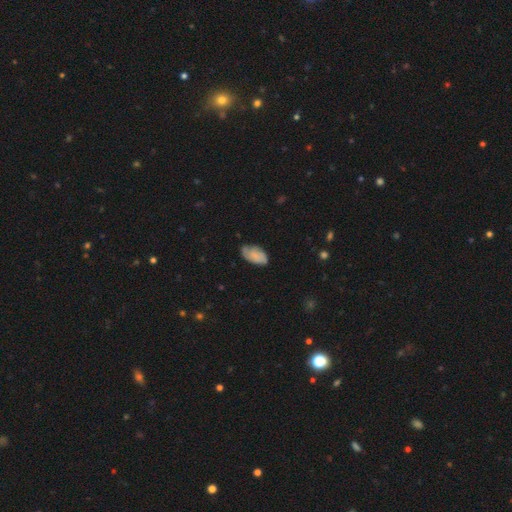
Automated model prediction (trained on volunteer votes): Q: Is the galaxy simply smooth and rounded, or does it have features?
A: smooth — 62%.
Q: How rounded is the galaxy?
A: in between — 93%.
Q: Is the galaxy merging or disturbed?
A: none — 59%.